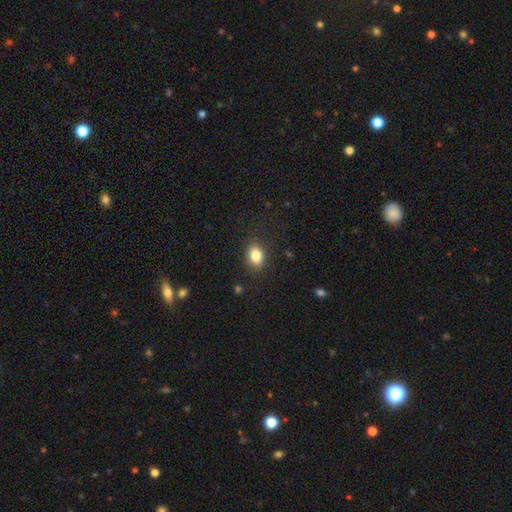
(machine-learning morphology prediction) A smooth galaxy with no disk features (84%) that is in between round and cigar-shaped (75%). Merging: none (84%).